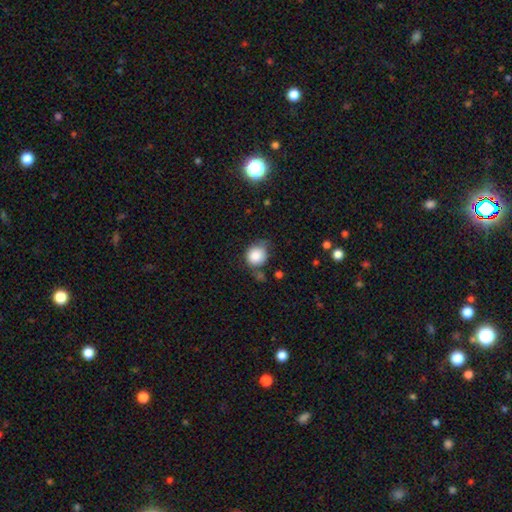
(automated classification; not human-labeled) Q: Smooth or featured?
A: smooth (85%); runner-up: star or artifact (9%)
Q: How rounded?
A: round (85%); runner-up: in between (14%)
Q: Merging?
A: none (55%); runner-up: minor disturbance (28%)